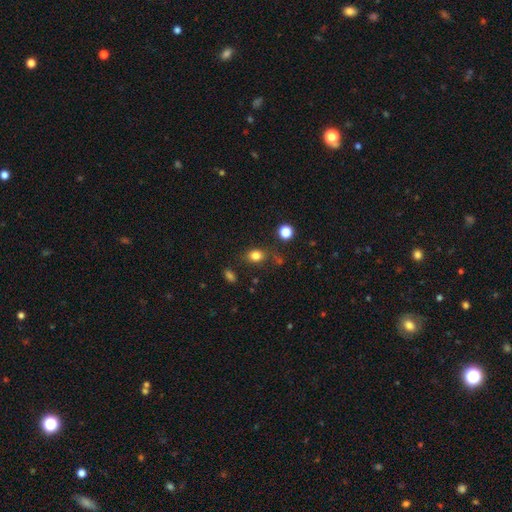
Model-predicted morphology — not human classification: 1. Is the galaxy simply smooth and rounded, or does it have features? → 81% smooth, 13% star or artifact, 6% featured or disk.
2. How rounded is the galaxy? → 55% in between, 43% round, 1% cigar-shaped.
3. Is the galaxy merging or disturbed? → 75% none, 15% minor disturbance, 5% major disturbance, 5% merger.